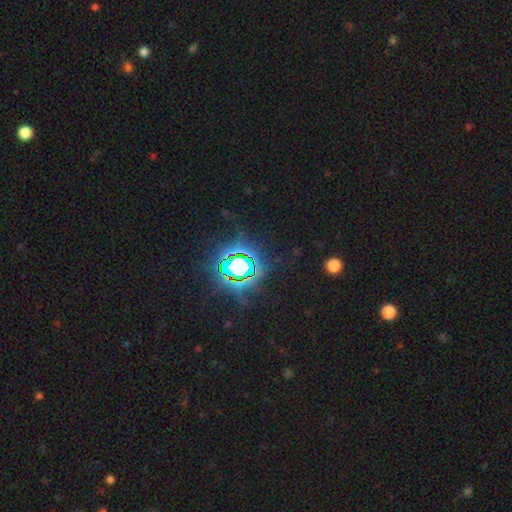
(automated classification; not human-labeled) Smooth or featured?
  - star or artifact: 84% *
  - smooth: 10%
  - featured or disk: 6%